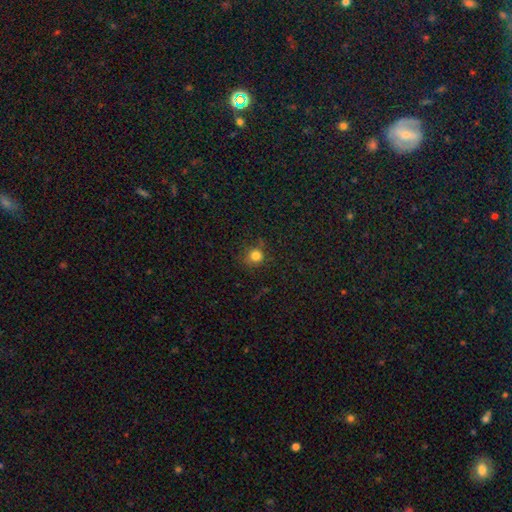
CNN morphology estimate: Smooth or featured?
  - smooth: 80% *
  - star or artifact: 15%
  - featured or disk: 5%
How rounded?
  - round: 89% *
  - in between: 10%
  - cigar-shaped: 1%
Merging?
  - none: 78% *
  - minor disturbance: 15%
  - major disturbance: 5%
  - merger: 2%